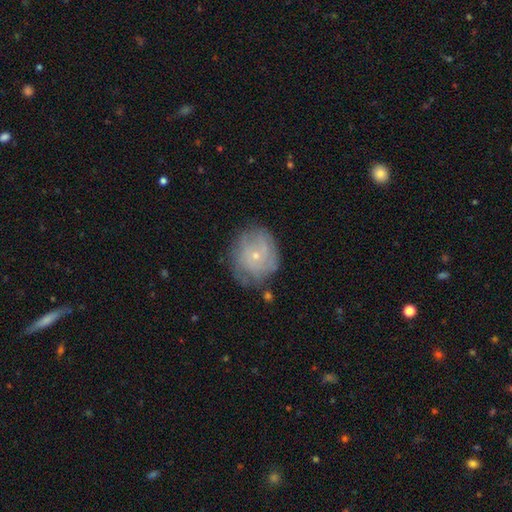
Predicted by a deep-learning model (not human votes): This appears to be a featured or disk galaxy (58%) with no bar (84%), spiral arms (73%) and a small central bulge (80%). Merging: none (67%).